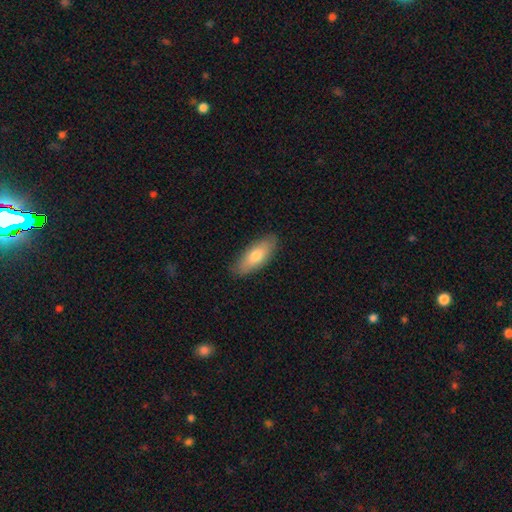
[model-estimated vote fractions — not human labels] This appears to be a smooth galaxy with no disk features (75%) that is in between round and cigar-shaped (75%). Merging: none (84%).